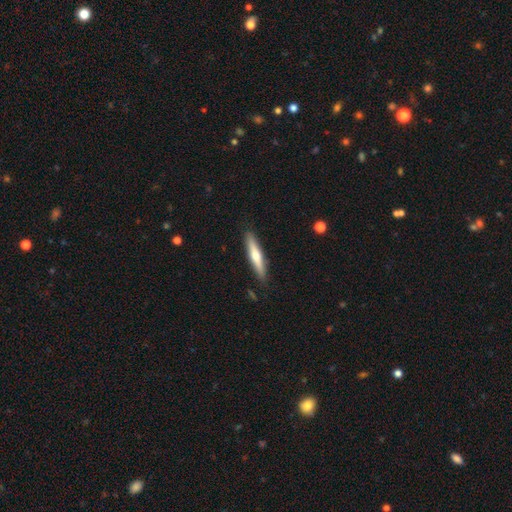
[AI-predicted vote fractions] This appears to be a smooth galaxy with no disk features (51%) that is cigar-shaped (88%). Merging: none (89%).